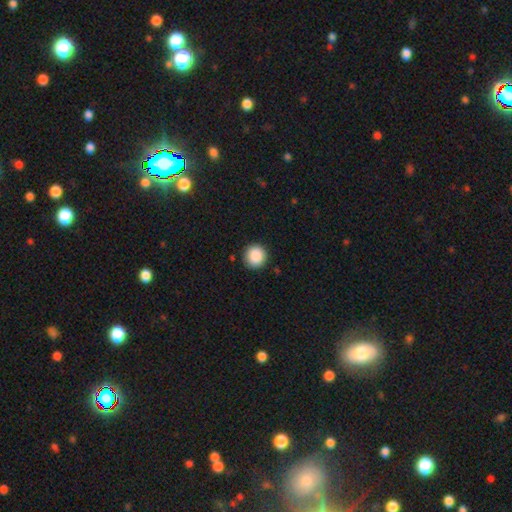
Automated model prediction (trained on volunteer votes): smooth-or-featured: smooth: 89% | star or artifact: 8% | featured or disk: 3%
  how-rounded: round: 94% | in between: 5% | cigar-shaped: 1%
  merging: none: 90% | minor disturbance: 8% | major disturbance: 2% | merger: 1%